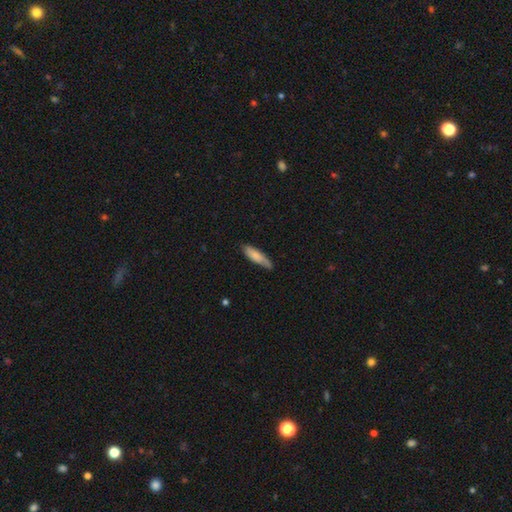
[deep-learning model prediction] This is likely a smooth galaxy (78%). How rounded: likely cigar-shaped (65%). Merging: likely none (70%).